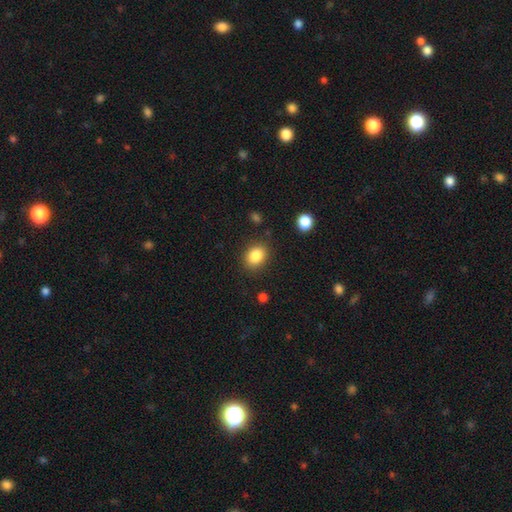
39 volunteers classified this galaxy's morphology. Smooth or featured: smooth — 82% (featured or disk — 15%)
How rounded: in between — 53% (round — 47%)
Merging: none — 68% (minor disturbance — 16%)